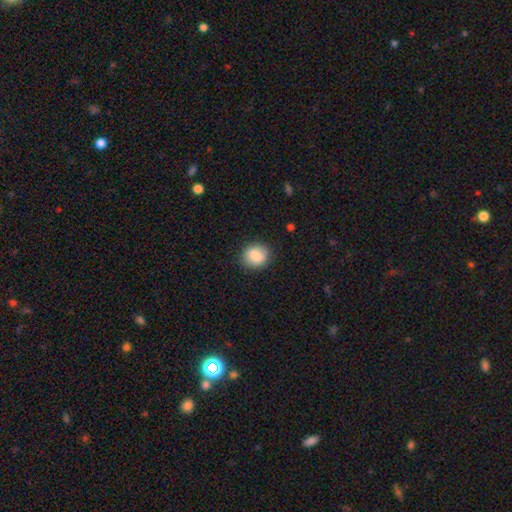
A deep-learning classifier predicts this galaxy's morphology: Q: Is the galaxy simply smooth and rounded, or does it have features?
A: smooth — 85%.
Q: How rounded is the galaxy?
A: round — 69%.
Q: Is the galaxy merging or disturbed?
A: none — 85%.